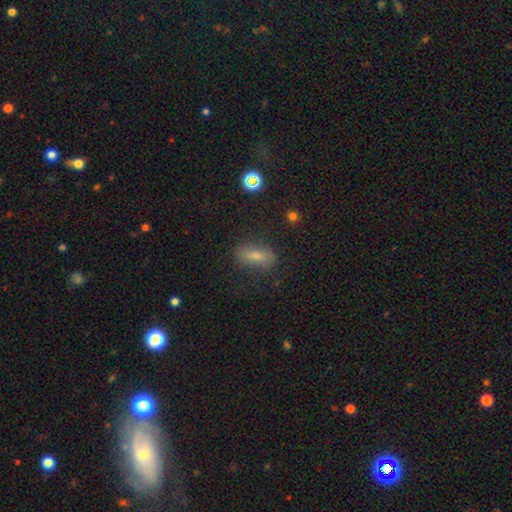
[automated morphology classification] Q: Smooth or featured?
A: smooth (73%); runner-up: featured or disk (15%)
Q: How rounded?
A: in between (77%); runner-up: cigar-shaped (17%)
Q: Merging?
A: none (79%); runner-up: minor disturbance (14%)